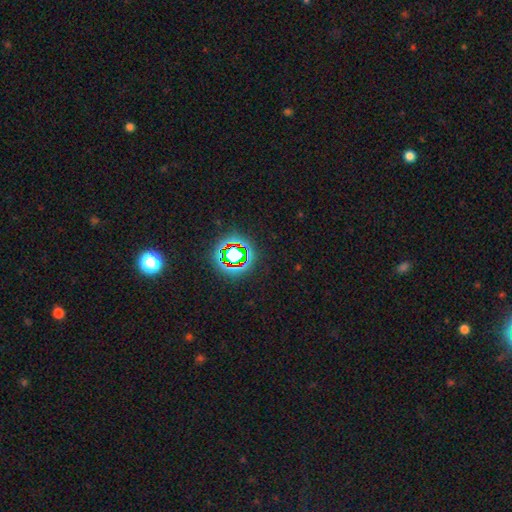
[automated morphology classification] Overall: star or artifact (72%).